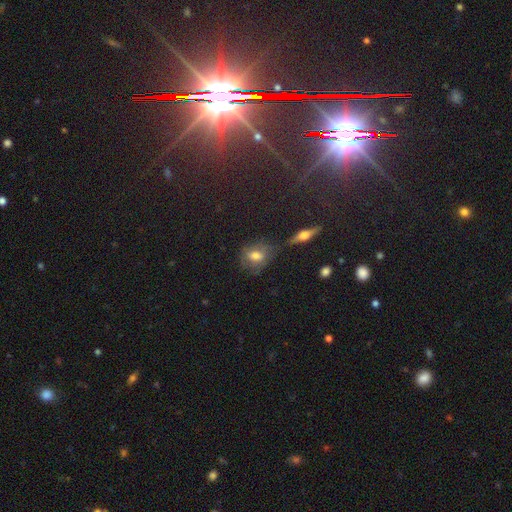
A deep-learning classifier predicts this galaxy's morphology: Q: Smooth or featured?
A: smooth (62%); runner-up: featured or disk (25%)
Q: How rounded?
A: in between (64%); runner-up: round (33%)
Q: Merging?
A: none (57%); runner-up: minor disturbance (24%)